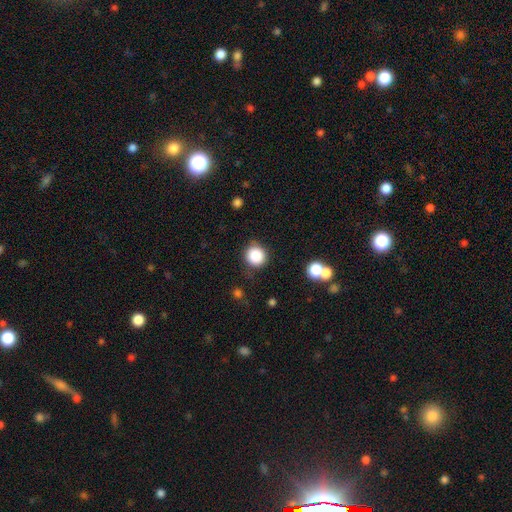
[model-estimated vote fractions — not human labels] This appears to be a smooth galaxy with no disk features (85%) that is round (91%). Merging: none (80%).